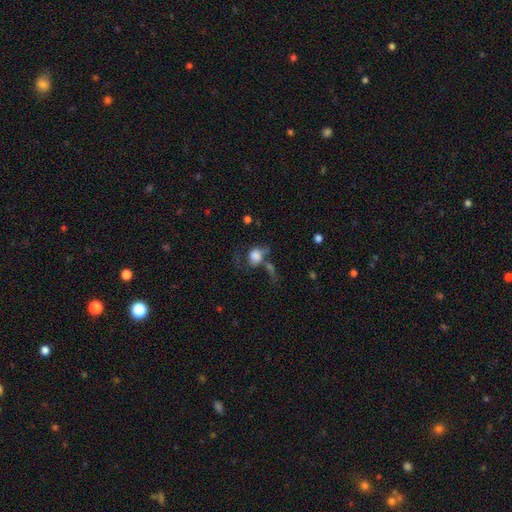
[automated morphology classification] smooth 66%, featured or disk 23%, star or artifact 11%. Down the decision tree: how rounded — in between (50%); merging — major disturbance (34%).